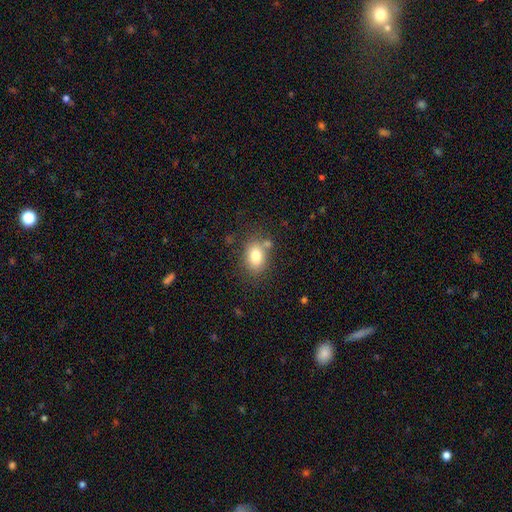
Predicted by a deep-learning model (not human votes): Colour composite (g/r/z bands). It shows a smooth galaxy with no disk features (79%) that is in between round and cigar-shaped (64%). Merging: none (70%).